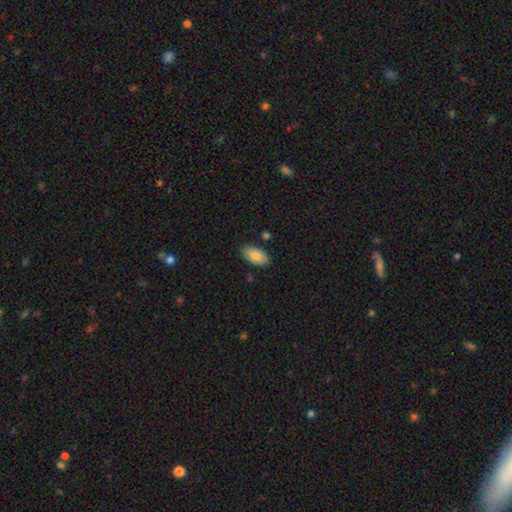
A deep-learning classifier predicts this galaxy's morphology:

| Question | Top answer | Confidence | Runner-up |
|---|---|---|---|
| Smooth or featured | smooth | 85% | featured or disk (9%) |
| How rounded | in between | 95% | cigar-shaped (3%) |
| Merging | none | 82% | minor disturbance (13%) |